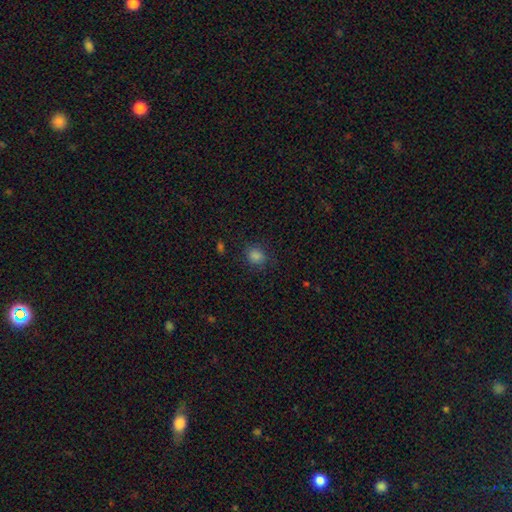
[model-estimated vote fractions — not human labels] Smooth or featured? Predicted: smooth (p=0.81). How rounded? Predicted: round (p=0.67). Merging? Predicted: none (p=0.82).